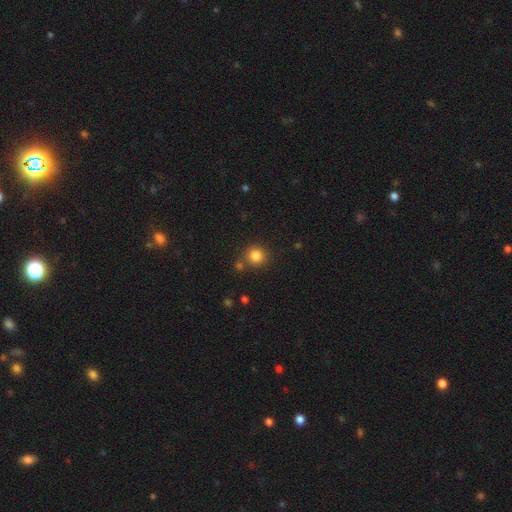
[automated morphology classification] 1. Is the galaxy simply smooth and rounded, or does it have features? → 83% smooth, 12% star or artifact, 5% featured or disk.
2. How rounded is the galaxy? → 91% round, 8% in between, 1% cigar-shaped.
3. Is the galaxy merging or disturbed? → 80% none, 9% merger, 8% minor disturbance, 3% major disturbance.